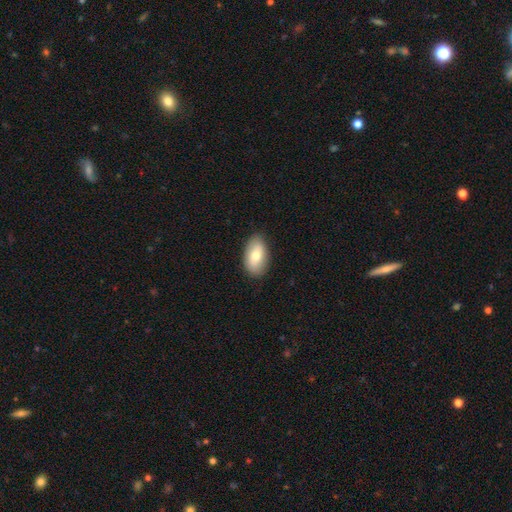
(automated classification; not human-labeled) Smooth or featured? smooth (70%)
How rounded? in between (92%)
Merging? none (85%)